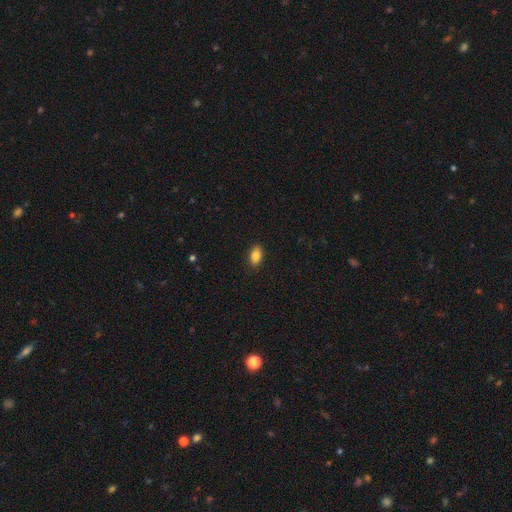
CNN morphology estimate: type=smooth (85%); roundness=in between (89%); merging=none (87%).